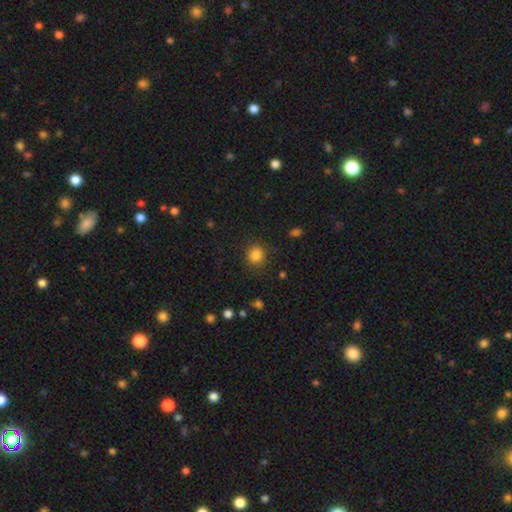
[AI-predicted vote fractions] A smooth galaxy with no disk features (84%) that is round (85%). Merging: none (85%).